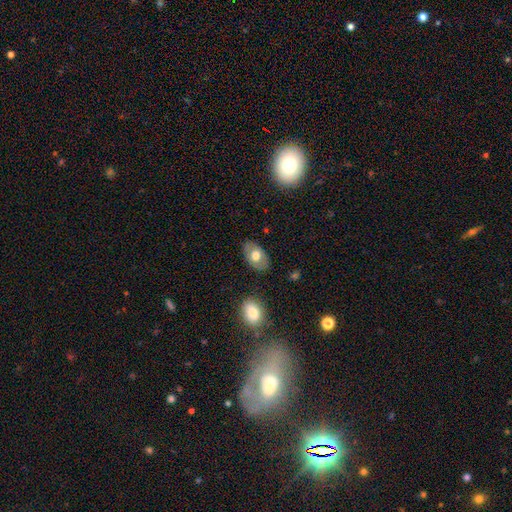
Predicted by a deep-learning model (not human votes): Smooth or featured? smooth (65%)
How rounded? in between (89%)
Merging? none (82%)